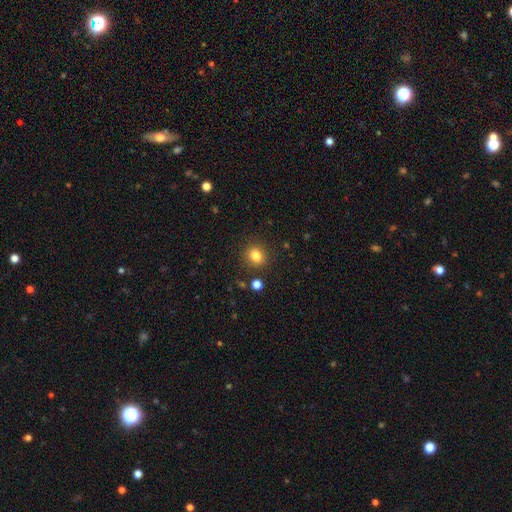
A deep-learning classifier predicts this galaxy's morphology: This is clearly a smooth galaxy (81%). How rounded: clearly round (81%). Merging: clearly none (88%).